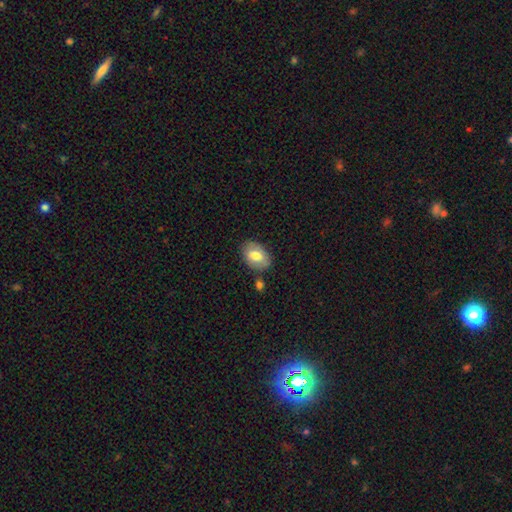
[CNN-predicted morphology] Q: Smooth or featured?
A: smooth (73%); runner-up: featured or disk (21%)
Q: How rounded?
A: in between (89%); runner-up: round (10%)
Q: Merging?
A: none (75%); runner-up: minor disturbance (15%)